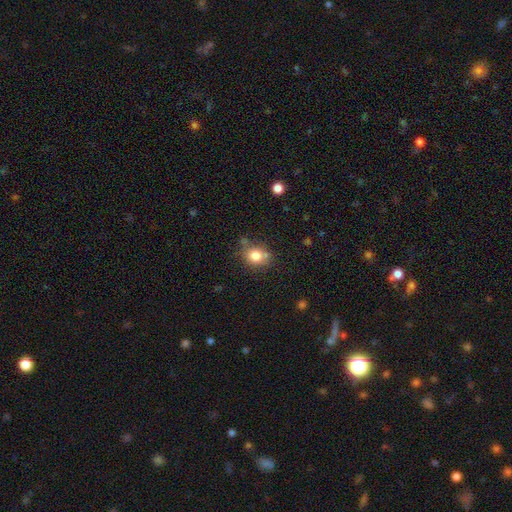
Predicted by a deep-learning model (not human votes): smooth-or-featured: smooth: 79% | star or artifact: 11% | featured or disk: 10%
  how-rounded: round: 64% | in between: 35% | cigar-shaped: 1%
  merging: none: 67% | minor disturbance: 18% | merger: 10% | major disturbance: 5%